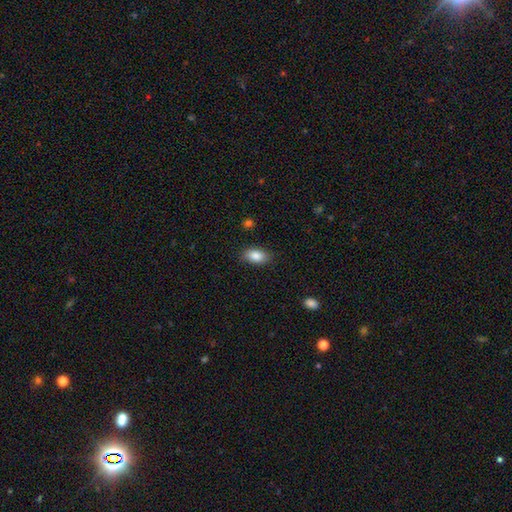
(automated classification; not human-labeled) This is clearly a smooth galaxy (87%). How rounded: clearly in between (91%). Merging: clearly none (85%).